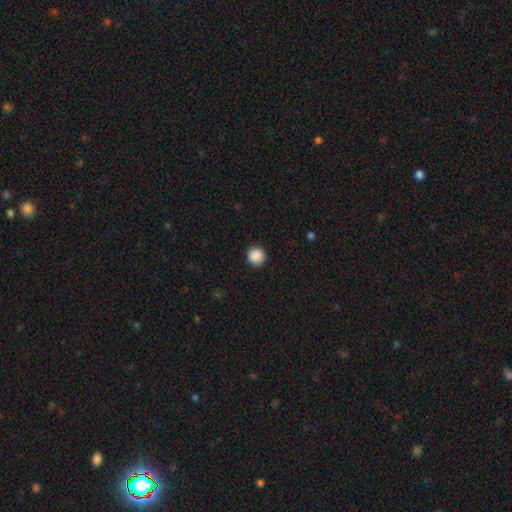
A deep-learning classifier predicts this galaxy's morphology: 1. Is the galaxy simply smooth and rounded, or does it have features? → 89% smooth, 9% star or artifact, 2% featured or disk.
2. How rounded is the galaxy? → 95% round, 4% in between, 1% cigar-shaped.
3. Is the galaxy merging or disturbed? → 91% none, 6% minor disturbance, 2% major disturbance, 1% merger.